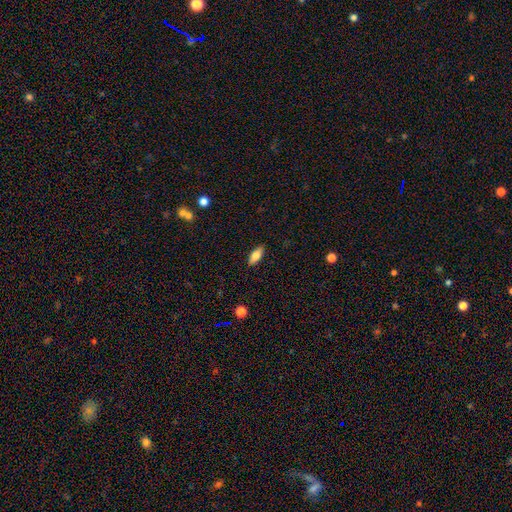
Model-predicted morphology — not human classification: This appears to be a smooth galaxy with no disk features (77%) that is in between round and cigar-shaped (80%). Merging: none (89%).